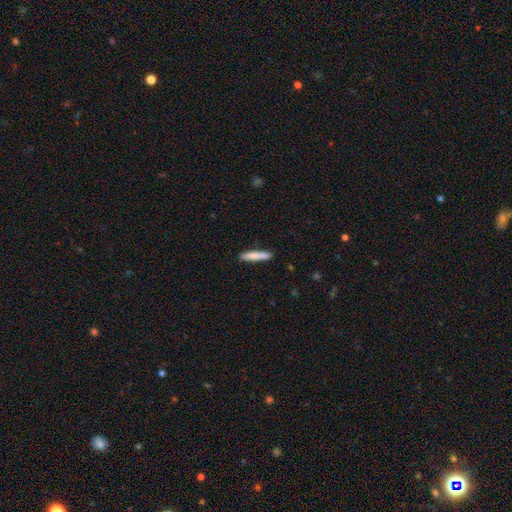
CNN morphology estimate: The model was most divided on "smooth or featured": smooth: 82%, featured or disk: 13%, star or artifact: 6%. More confident: how rounded — cigar-shaped (92%); merging — none (88%).